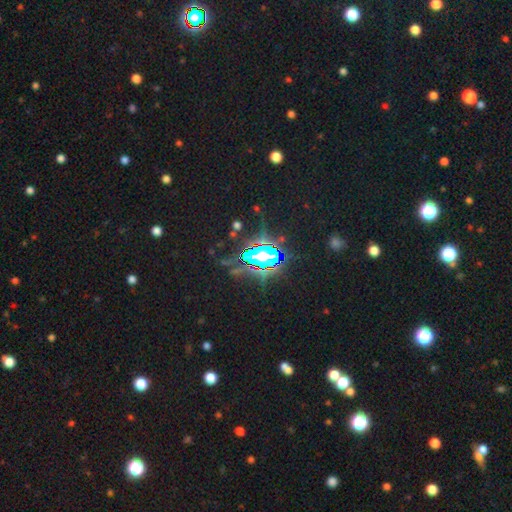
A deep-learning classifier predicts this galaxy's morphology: This is clearly a star or artifact rather than a galaxy (82%).